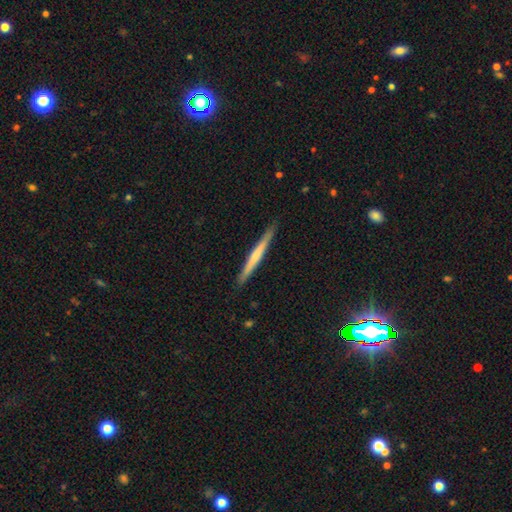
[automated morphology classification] This is possibly a smooth galaxy (47%, tied with featured or disk). Merging: clearly none (90%).